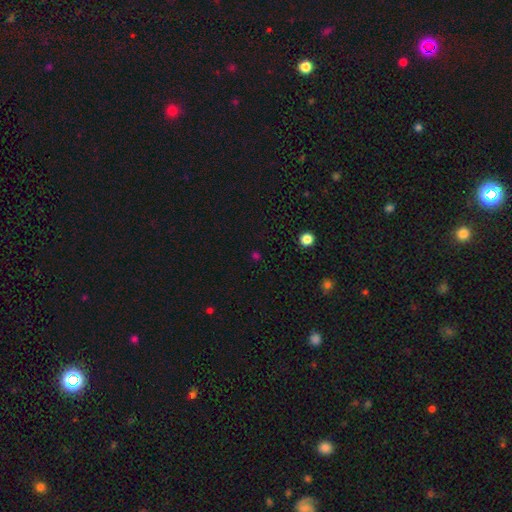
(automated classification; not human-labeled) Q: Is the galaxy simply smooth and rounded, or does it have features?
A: star or artifact — 48%.